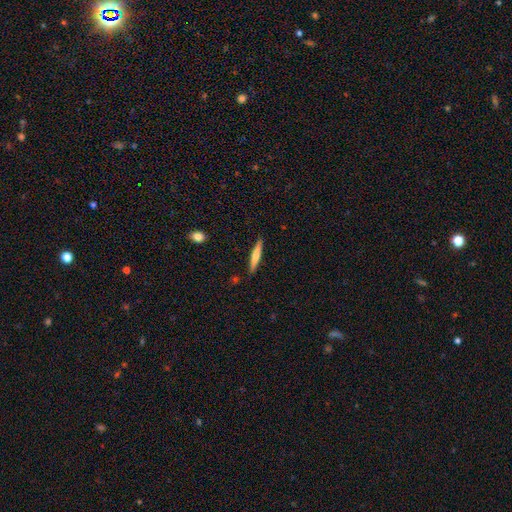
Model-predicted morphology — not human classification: A smooth galaxy with no disk features (58%) that is cigar-shaped (93%). Merging: none (90%).